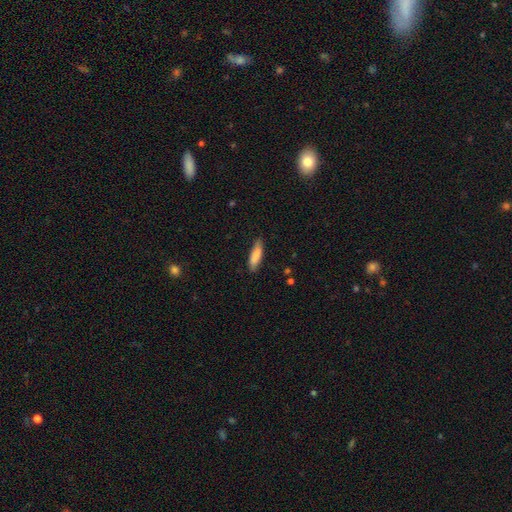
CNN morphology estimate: This appears to be a smooth galaxy with no disk features (85%) that is cigar-shaped (61%). Merging: none (79%).